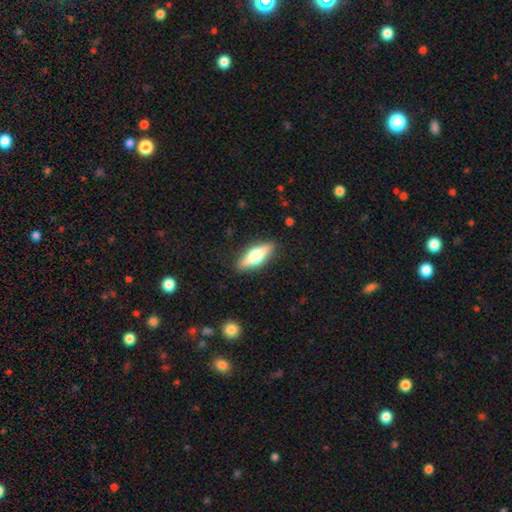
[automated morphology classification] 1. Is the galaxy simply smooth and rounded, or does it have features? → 49% featured or disk, 45% smooth, 6% star or artifact.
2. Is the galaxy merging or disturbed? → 88% none, 9% minor disturbance, 2% major disturbance, 1% merger.